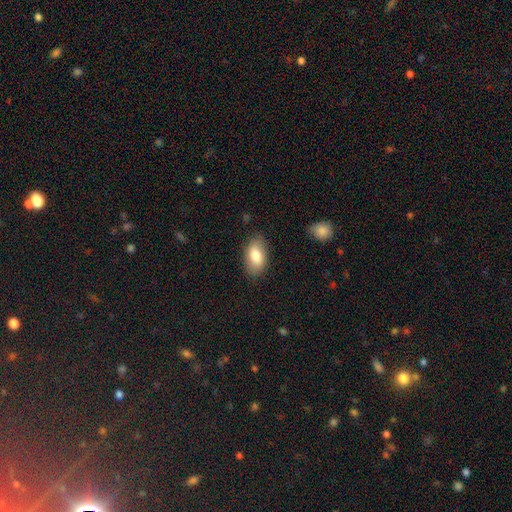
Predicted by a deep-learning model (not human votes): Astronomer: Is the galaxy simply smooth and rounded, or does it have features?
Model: smooth — 80%.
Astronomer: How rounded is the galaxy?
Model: in between — 93%.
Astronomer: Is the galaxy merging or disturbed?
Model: none — 84%.